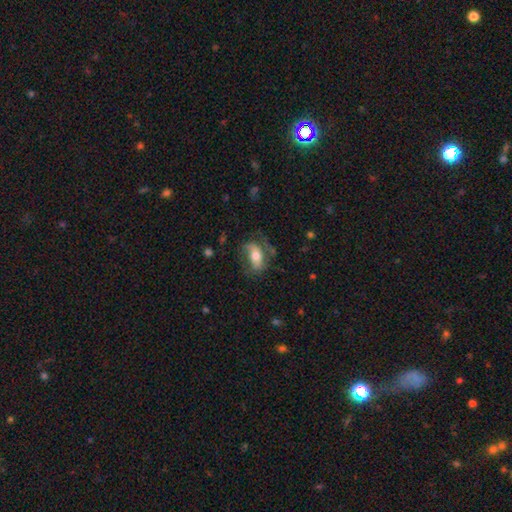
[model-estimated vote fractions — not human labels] A featured or disk galaxy (51%).

Vote fractions:
- Smooth or featured? featured or disk: 51% / smooth: 42% / star or artifact: 7%
- Edge-on disk? no: 90% / yes: 10%
- Merging? none: 53% / minor disturbance: 24% / major disturbance: 21% / merger: 2%